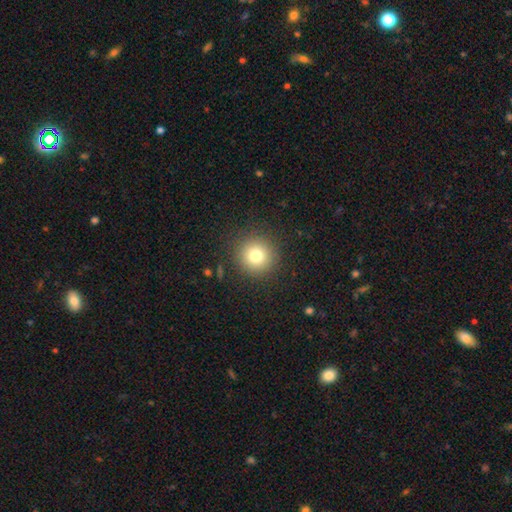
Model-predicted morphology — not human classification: smooth-or-featured: smooth: 77% | star or artifact: 13% | featured or disk: 9%
  how-rounded: round: 95% | in between: 4% | cigar-shaped: 1%
  merging: none: 90% | minor disturbance: 6% | major disturbance: 3% | merger: 1%